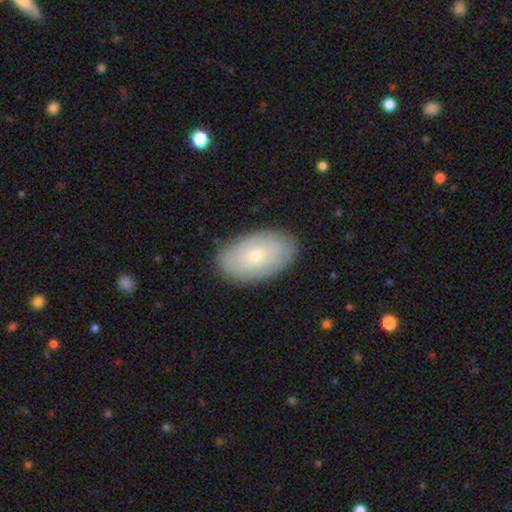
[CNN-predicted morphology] A smooth galaxy with no disk features (56%) that is in between round and cigar-shaped (93%).

Vote fractions:
- Smooth or featured? smooth: 56% / featured or disk: 37% / star or artifact: 6%
- How rounded? in between: 93% / round: 6% / cigar-shaped: 1%
- Merging? none: 85% / minor disturbance: 11% / major disturbance: 3% / merger: 1%